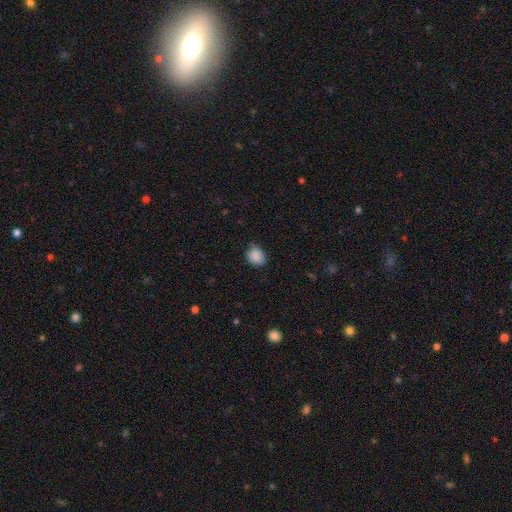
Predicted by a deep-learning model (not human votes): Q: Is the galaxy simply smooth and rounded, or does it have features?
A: smooth — 88%.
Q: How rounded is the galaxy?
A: round — 62%.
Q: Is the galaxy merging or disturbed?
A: none — 72%.